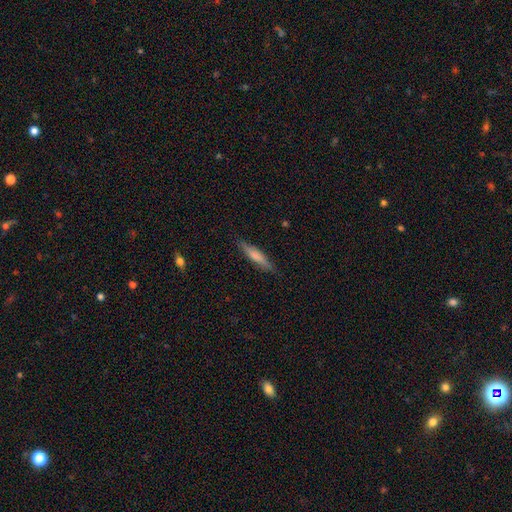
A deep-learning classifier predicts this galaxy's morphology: This is likely a smooth galaxy (68%). How rounded: clearly cigar-shaped (87%). Merging: clearly none (87%).